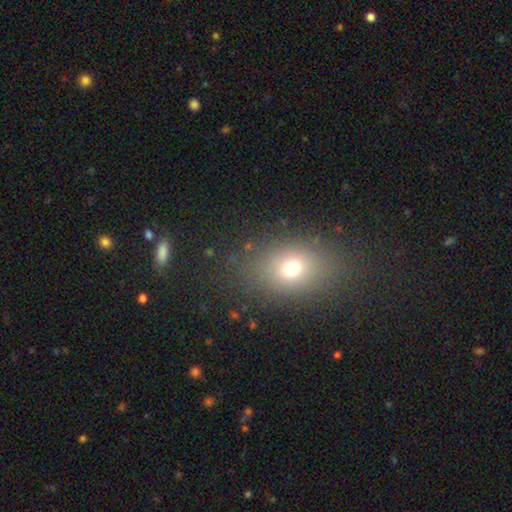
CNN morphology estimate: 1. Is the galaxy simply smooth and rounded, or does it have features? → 65% smooth, 22% star or artifact, 13% featured or disk.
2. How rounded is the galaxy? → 70% in between, 26% round, 3% cigar-shaped.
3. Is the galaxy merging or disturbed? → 87% none, 8% minor disturbance, 3% major disturbance, 2% merger.